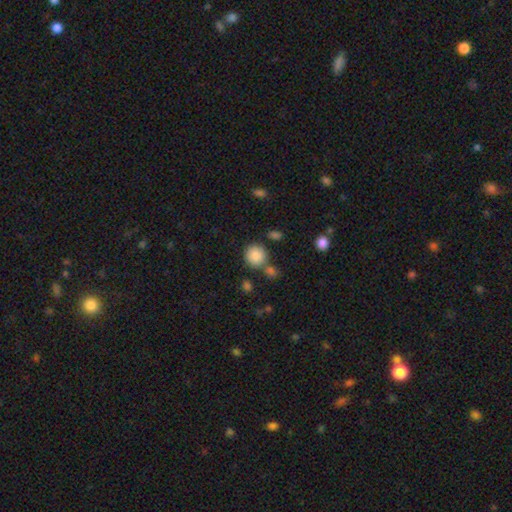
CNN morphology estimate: Q: Smooth or featured?
A: smooth (86%); runner-up: star or artifact (9%)
Q: How rounded?
A: round (89%); runner-up: in between (10%)
Q: Merging?
A: none (70%); runner-up: merger (15%)